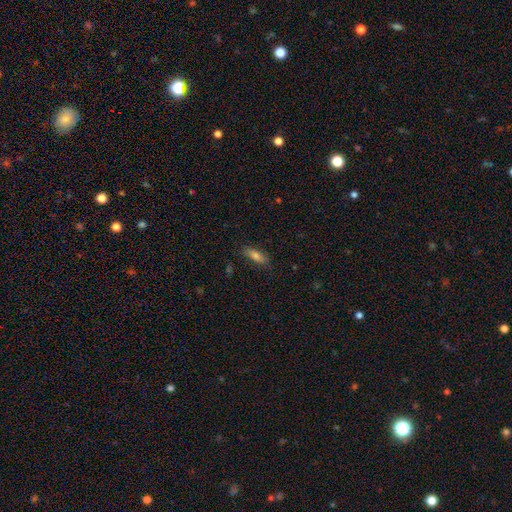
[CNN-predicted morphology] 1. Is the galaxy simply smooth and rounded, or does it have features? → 71% smooth, 20% featured or disk, 9% star or artifact.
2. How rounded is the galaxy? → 56% in between, 41% cigar-shaped, 3% round.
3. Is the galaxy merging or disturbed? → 80% none, 16% minor disturbance, 3% major disturbance, 1% merger.